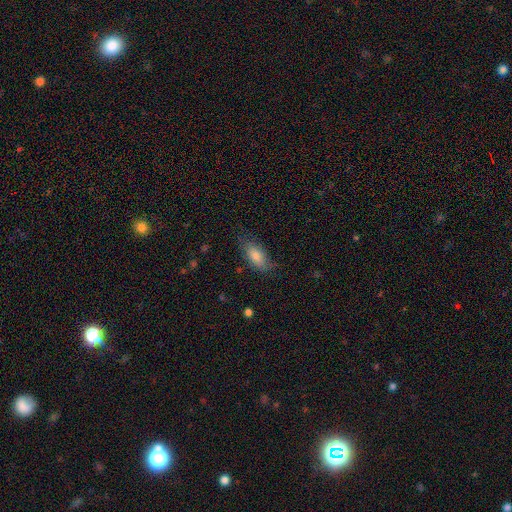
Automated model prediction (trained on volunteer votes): smooth-or-featured: smooth: 77% | featured or disk: 16% | star or artifact: 7%
  how-rounded: in between: 81% | cigar-shaped: 16% | round: 3%
  merging: none: 71% | minor disturbance: 22% | major disturbance: 6% | merger: 1%